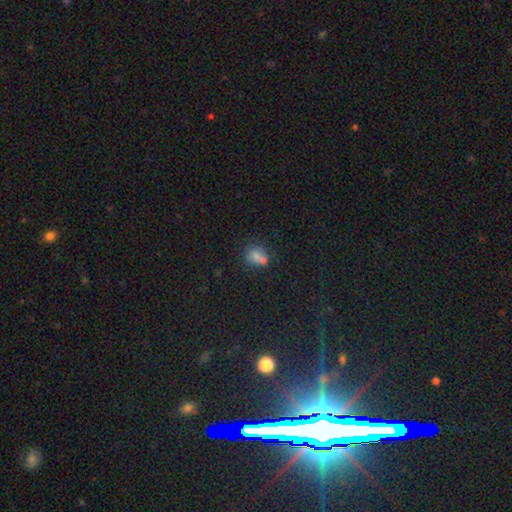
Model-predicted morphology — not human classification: A smooth galaxy with no disk features (68%) that is round (67%).

Vote fractions:
- Smooth or featured? smooth: 68% / star or artifact: 20% / featured or disk: 12%
- How rounded? round: 67% / in between: 32% / cigar-shaped: 2%
- Merging? none: 49% / merger: 30% / minor disturbance: 15% / major disturbance: 6%